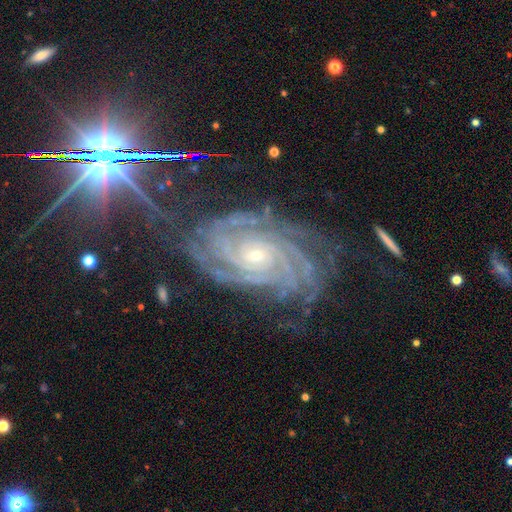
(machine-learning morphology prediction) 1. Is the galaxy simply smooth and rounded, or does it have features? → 90% featured or disk, 7% star or artifact, 3% smooth.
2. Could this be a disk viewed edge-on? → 97% no, 3% yes.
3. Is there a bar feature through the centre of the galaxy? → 72% no, 19% weak, 9% strong.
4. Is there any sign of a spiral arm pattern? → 98% yes, 2% no.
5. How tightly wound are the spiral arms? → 79% tight, 18% medium, 3% loose.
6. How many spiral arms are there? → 25% 4, 21% more than 4, 18% can't tell, 16% 3, 12% 2, 8% 1.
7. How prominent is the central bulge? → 79% small, 18% moderate, 1% none, 1% large, 1% dominant.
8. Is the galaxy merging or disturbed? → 66% none, 20% minor disturbance, 10% major disturbance, 3% merger.